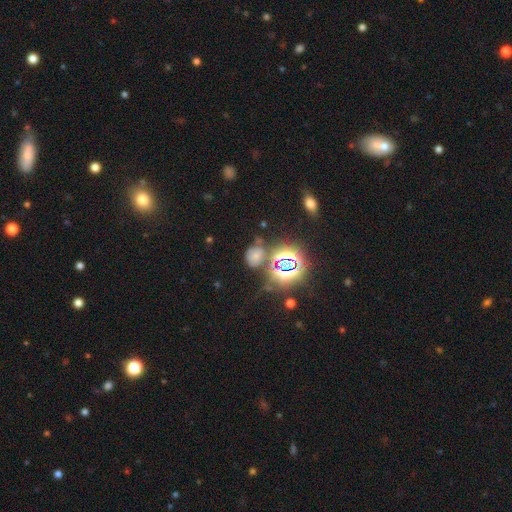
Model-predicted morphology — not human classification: Smooth or featured: smooth — 43% (star or artifact — 42%)
Merging: none — 64% (minor disturbance — 19%)